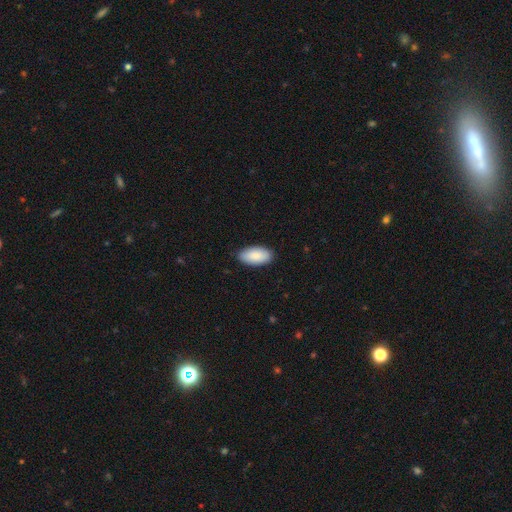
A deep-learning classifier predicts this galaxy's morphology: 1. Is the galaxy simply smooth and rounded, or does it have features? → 88% smooth, 7% featured or disk, 5% star or artifact.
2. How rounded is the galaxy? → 95% in between, 3% cigar-shaped, 2% round.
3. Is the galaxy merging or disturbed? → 88% none, 9% minor disturbance, 2% major disturbance, 1% merger.